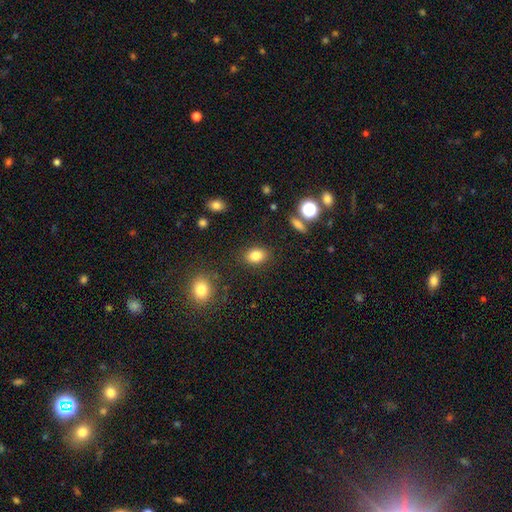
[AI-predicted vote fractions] Morphology: type=smooth (83%); roundness=in between (73%); merging=none (86%).